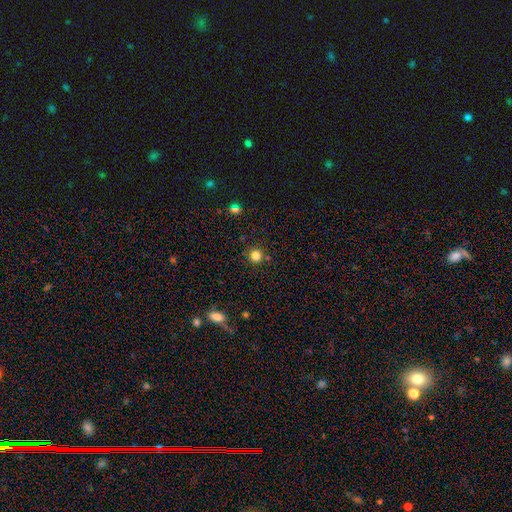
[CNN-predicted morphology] A smooth galaxy with no disk features (82%) that is round (94%). Merging: none (86%).